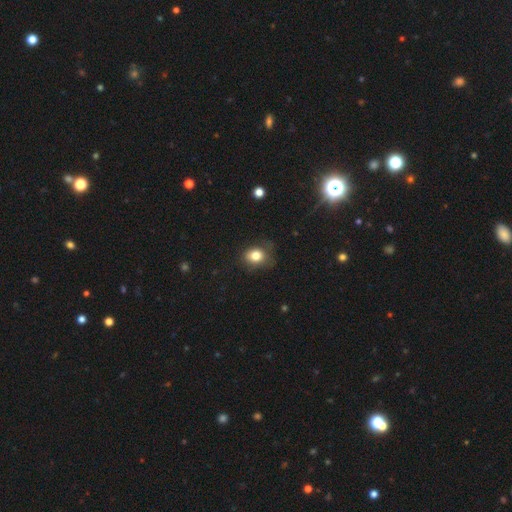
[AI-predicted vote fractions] Overall: smooth (80%). How rounded: round (56%; in between 43%). Merging: none (64%; minor disturbance 25%).